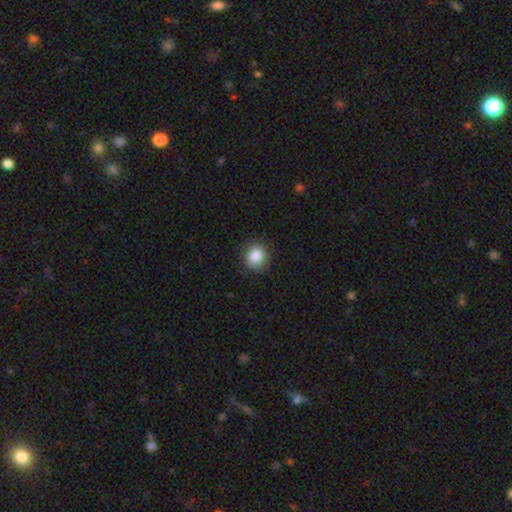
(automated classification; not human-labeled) Morphology: type=smooth (87%); roundness=round (78%); merging=none (86%).